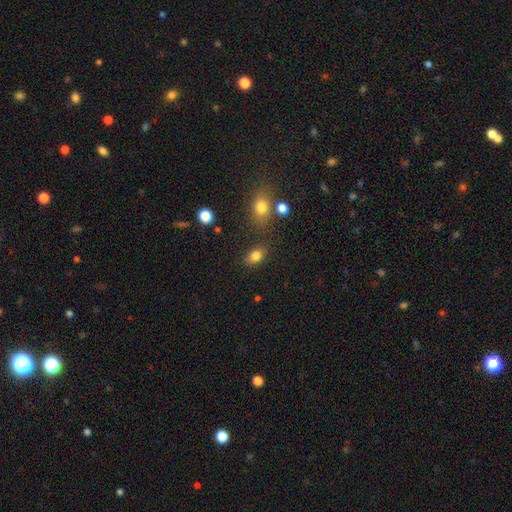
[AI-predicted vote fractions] Morphology: type=smooth (82%); roundness=in between (72%); merging=none (76%).